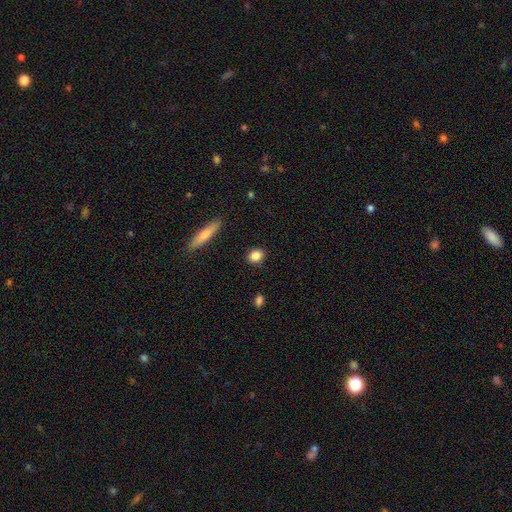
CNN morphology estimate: The model was most divided on "how rounded": round: 60%, in between: 36%, cigar-shaped: 4%. More confident: merging — none (88%); smooth or featured — smooth (86%).